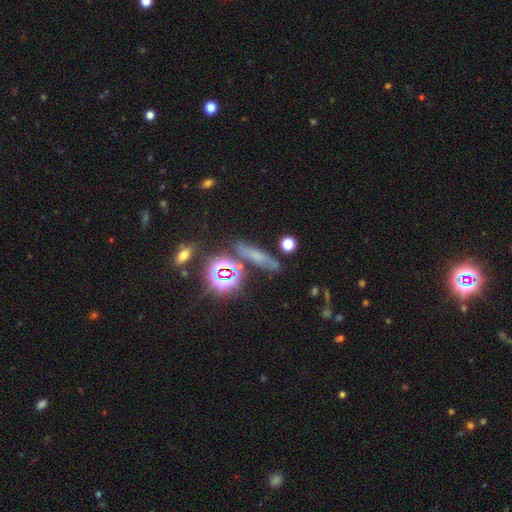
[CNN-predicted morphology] A smooth galaxy with no disk features (42%).

Vote fractions:
- Smooth or featured? smooth: 42% / star or artifact: 37% / featured or disk: 21%
- Merging? none: 72% / minor disturbance: 14% / merger: 8% / major disturbance: 5%